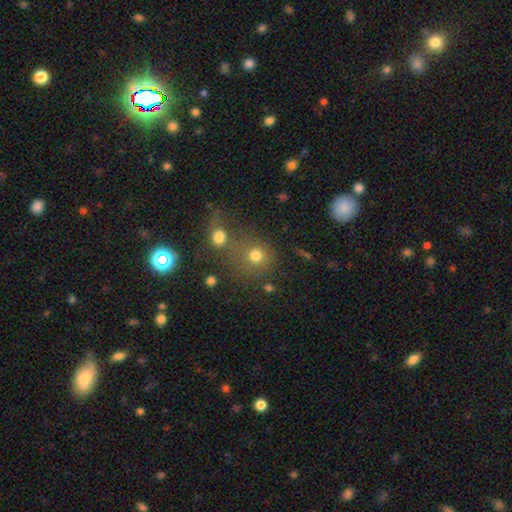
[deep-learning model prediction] A smooth galaxy with no disk features (74%) that is round (85%). Merging: none (53%).